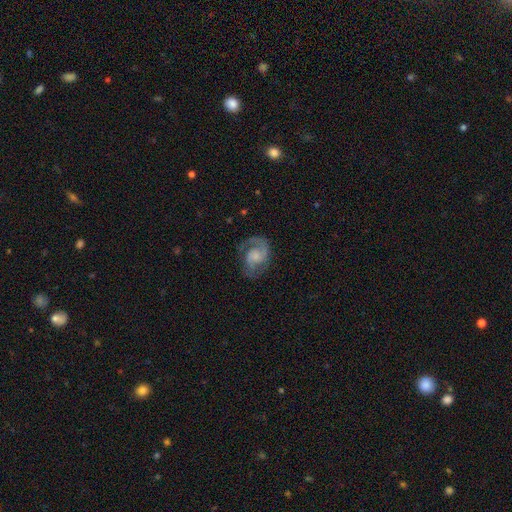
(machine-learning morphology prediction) This is clearly a featured or disk galaxy (84%). It is clearly not viewed edge-on (98%). Bar: likely no (62%). Spiral arm pattern: clearly yes (96%). Spiral arm count: clearly 2 (82%). Spiral winding: possibly medium (53%). Central bulge: marginally small (37%). Merging: likely none (70%).